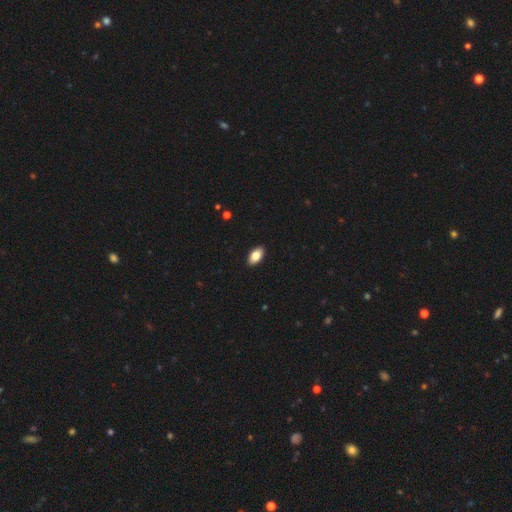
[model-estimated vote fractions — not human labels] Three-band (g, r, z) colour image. It shows a smooth galaxy with no disk features (82%) that is in between round and cigar-shaped (93%). Merging: none (91%).